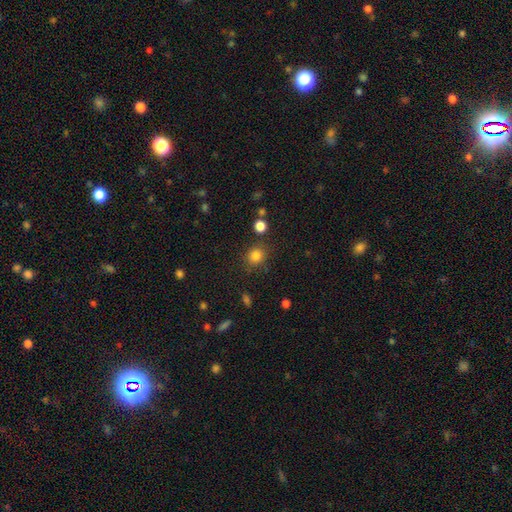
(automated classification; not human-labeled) Q: Smooth or featured?
A: smooth (83%); runner-up: star or artifact (12%)
Q: How rounded?
A: round (78%); runner-up: in between (21%)
Q: Merging?
A: none (79%); runner-up: minor disturbance (11%)